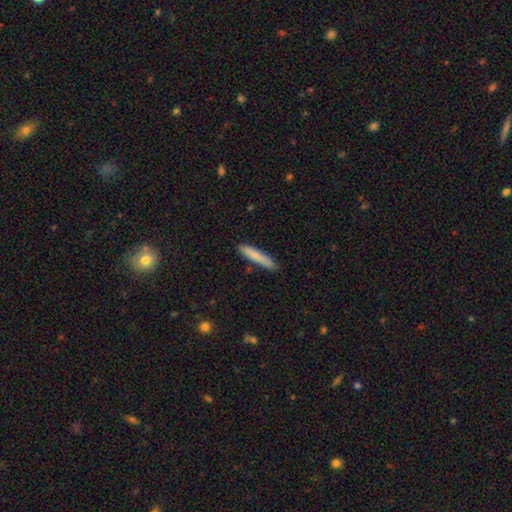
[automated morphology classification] smooth 81%, featured or disk 13%, star or artifact 6%. Down the decision tree: how rounded — cigar-shaped (93%); merging — none (86%).